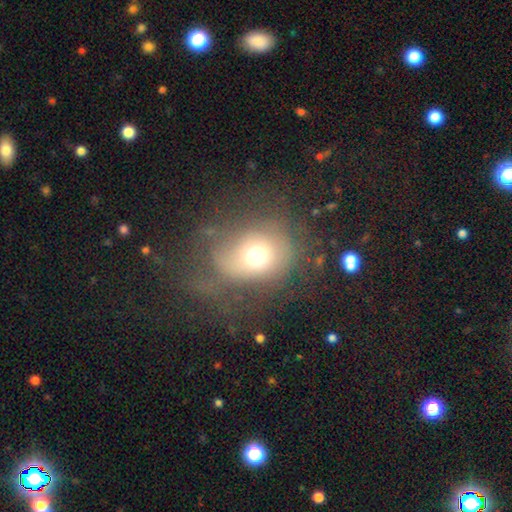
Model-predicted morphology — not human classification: Smooth or featured?
  - smooth: 60% *
  - featured or disk: 25%
  - star or artifact: 15%
How rounded?
  - round: 62% *
  - in between: 36%
  - cigar-shaped: 1%
Merging?
  - none: 44% *
  - major disturbance: 32%
  - minor disturbance: 21%
  - merger: 2%